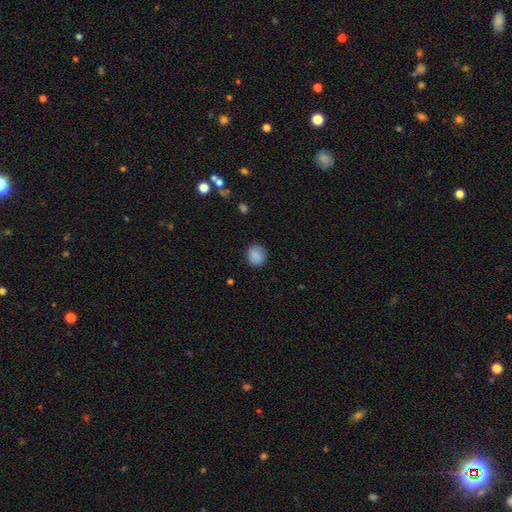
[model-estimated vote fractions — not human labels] smooth-or-featured: smooth: 87% | star or artifact: 8% | featured or disk: 5%
  how-rounded: round: 81% | in between: 18% | cigar-shaped: 1%
  merging: none: 86% | minor disturbance: 10% | major disturbance: 3% | merger: 1%